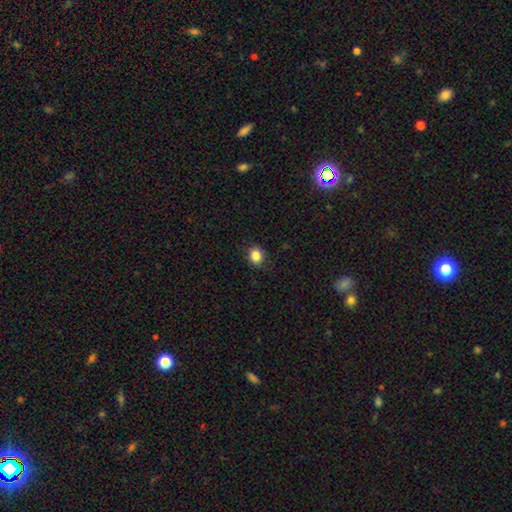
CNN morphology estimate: Overall: smooth (86%). How rounded: round (65%; in between 35%). Merging: none (88%).